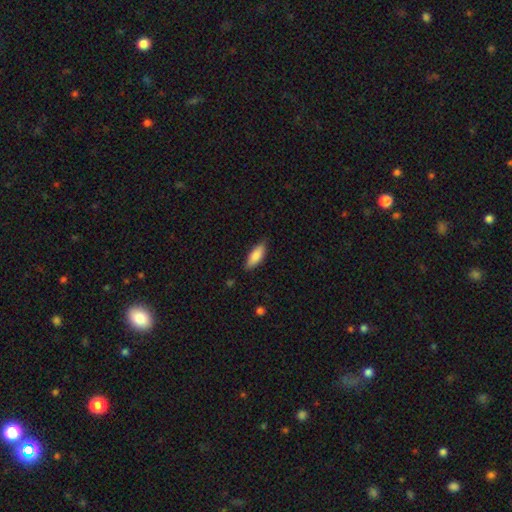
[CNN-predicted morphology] Smooth or featured: smooth — 83% (featured or disk — 11%)
How rounded: in between — 68% (cigar-shaped — 30%)
Merging: none — 84% (minor disturbance — 13%)